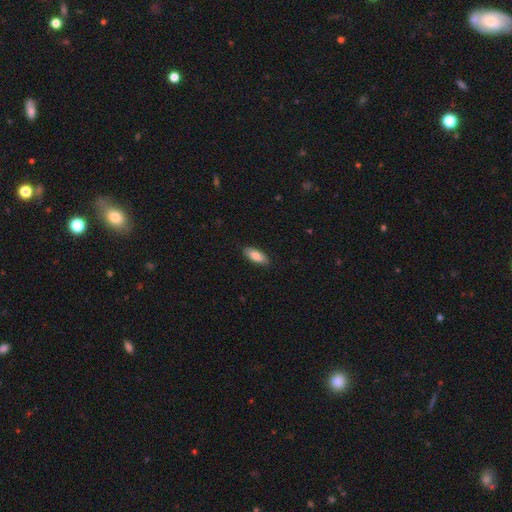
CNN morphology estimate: Overall: smooth (81%). How rounded: in between (77%). Merging: none (88%).